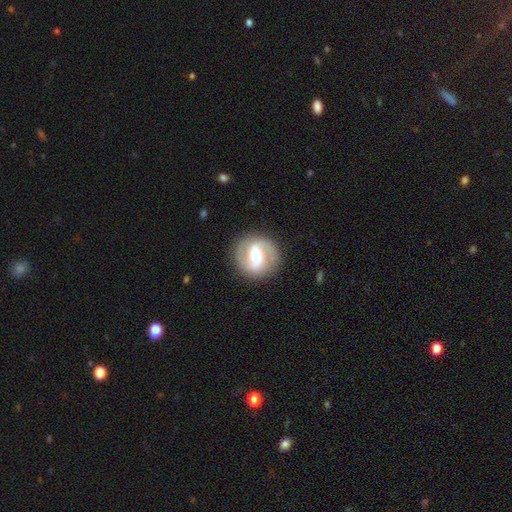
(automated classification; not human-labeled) Smooth or featured? featured or disk (74%)
Edge-on disk? no (96%)
Bar? strong (52%)
Spiral arms? yes (81%)
Spiral winding? medium (46%)
Spiral arm count? 2 (89%)
Bulge size? moderate (67%)
Merging? none (87%)